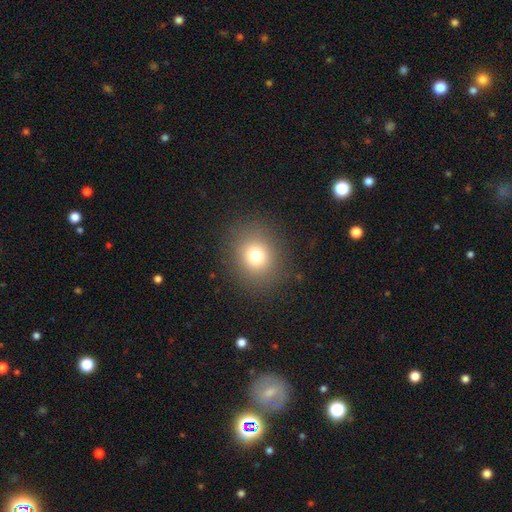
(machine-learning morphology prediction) A smooth galaxy with no disk features (74%) that is round (75%). Merging: none (88%).